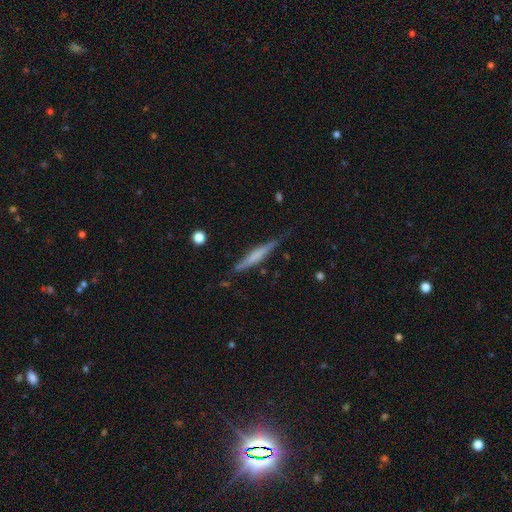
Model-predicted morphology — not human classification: Overall: featured or disk (50%; smooth 45%). Merging: none (78%).